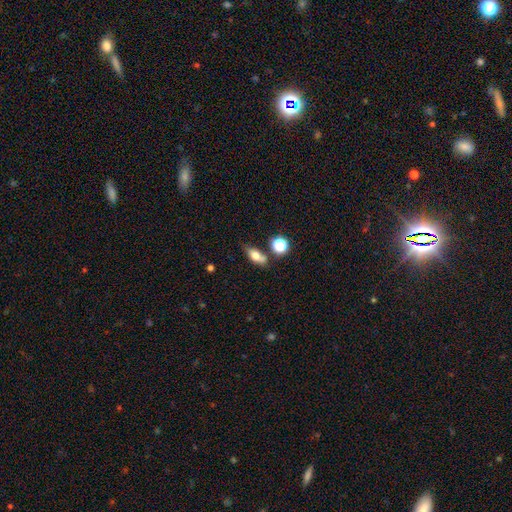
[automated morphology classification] A smooth galaxy with no disk features (69%) that is in between round and cigar-shaped (71%).

Vote fractions:
- Smooth or featured? smooth: 69% / featured or disk: 20% / star or artifact: 11%
- How rounded? in between: 71% / cigar-shaped: 18% / round: 11%
- Merging? none: 66% / minor disturbance: 16% / merger: 13% / major disturbance: 5%